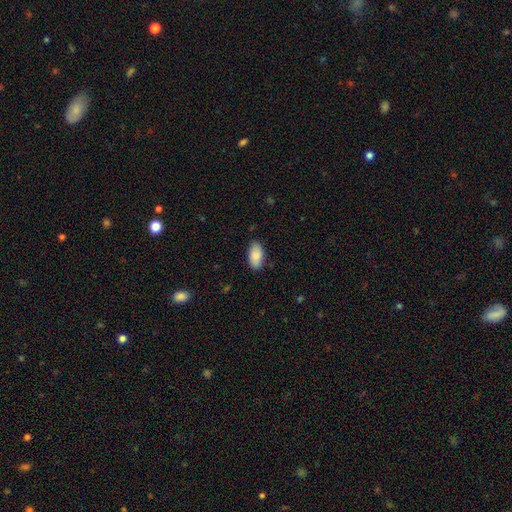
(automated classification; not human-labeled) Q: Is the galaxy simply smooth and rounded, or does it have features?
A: smooth — 87%.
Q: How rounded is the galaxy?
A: in between — 93%.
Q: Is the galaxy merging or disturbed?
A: none — 84%.